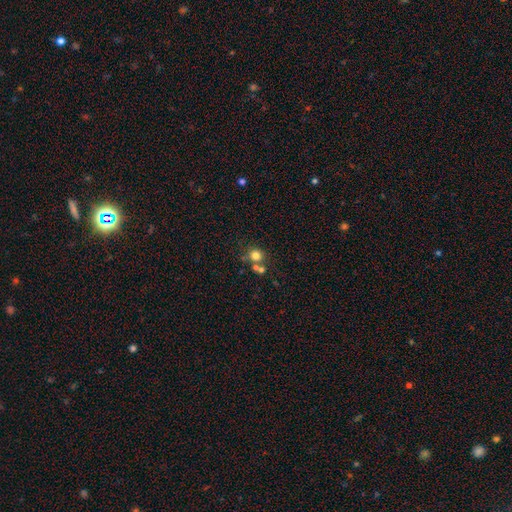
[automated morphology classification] smooth 76%, star or artifact 14%, featured or disk 10%. Down the decision tree: how rounded — round (87%); merging — none (58%).